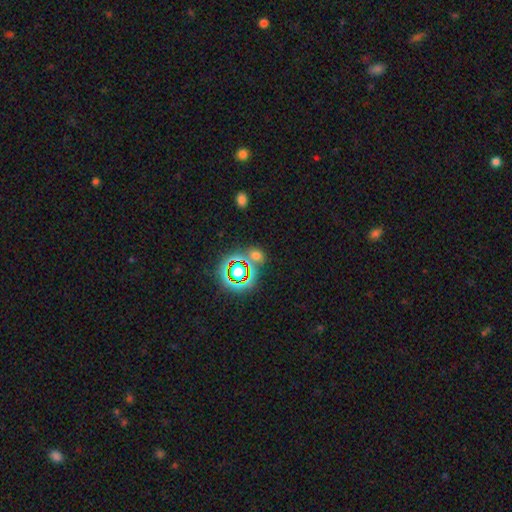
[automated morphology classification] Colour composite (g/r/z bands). It shows a smooth galaxy with no disk features (48%). Merging: none (68%).